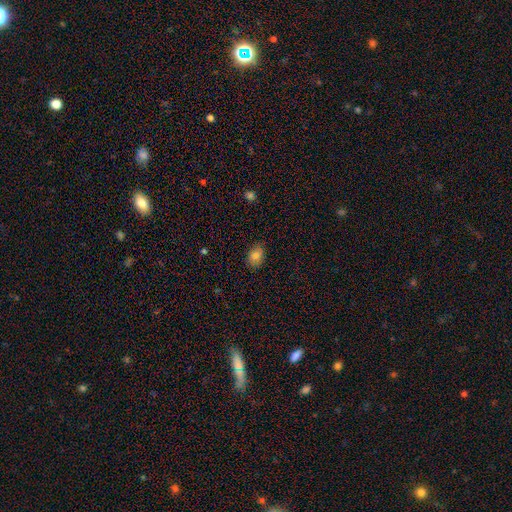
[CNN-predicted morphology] This appears to be a smooth galaxy with no disk features (81%) that is in between round and cigar-shaped (76%). Merging: none (83%).